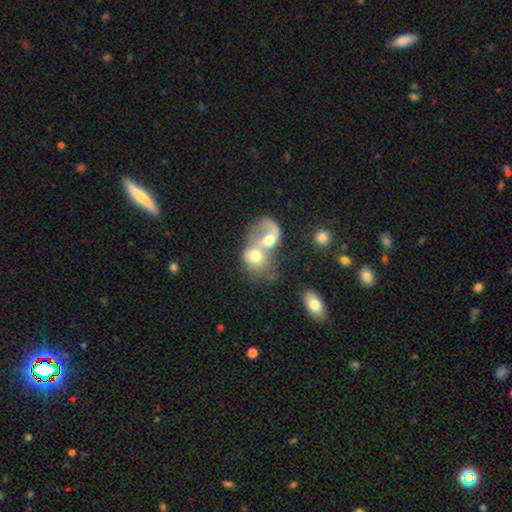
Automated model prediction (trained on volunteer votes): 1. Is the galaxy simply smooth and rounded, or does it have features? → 52% smooth, 40% featured or disk, 8% star or artifact.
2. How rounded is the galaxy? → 50% round, 49% in between, 1% cigar-shaped.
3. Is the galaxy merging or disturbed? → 79% merger, 9% none, 8% major disturbance, 4% minor disturbance.